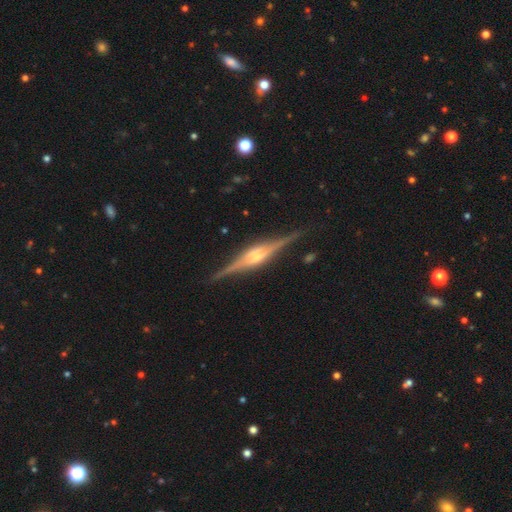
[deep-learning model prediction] smooth_or_featured: featured or disk (p=0.87) [alt: smooth p=0.08]
disk_edge_on: yes (p=0.98) [alt: no p=0.02]
edge_on_bulge: rounded (p=0.69) [alt: boxy p=0.27]
merging: none (p=0.88) [alt: minor disturbance p=0.09]